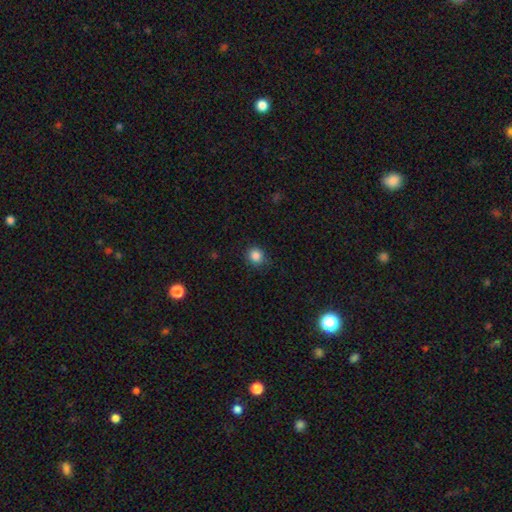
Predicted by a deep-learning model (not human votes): A smooth galaxy with no disk features (86%) that is round (84%). Merging: none (86%).